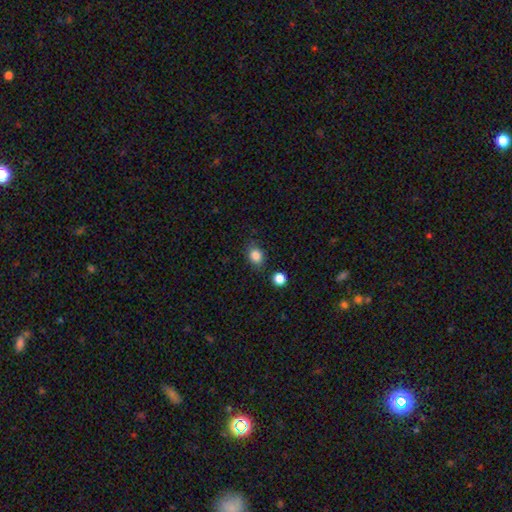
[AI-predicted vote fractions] This is clearly a smooth galaxy (85%). How rounded: possibly in between (52%). Merging: likely none (77%).